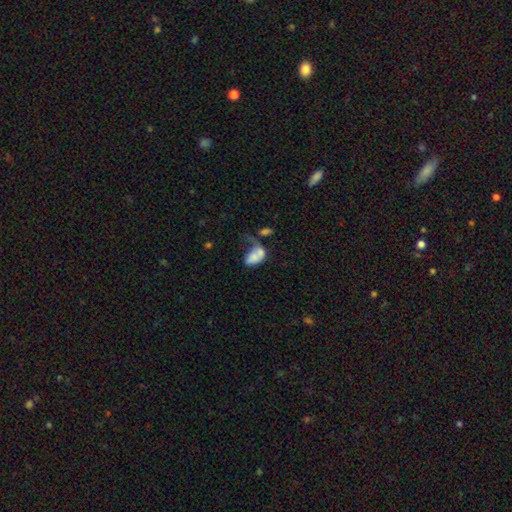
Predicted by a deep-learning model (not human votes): Smooth or featured? Predicted: smooth (p=0.66). How rounded? Predicted: in between (p=0.89). Merging? Predicted: merger (p=0.43).